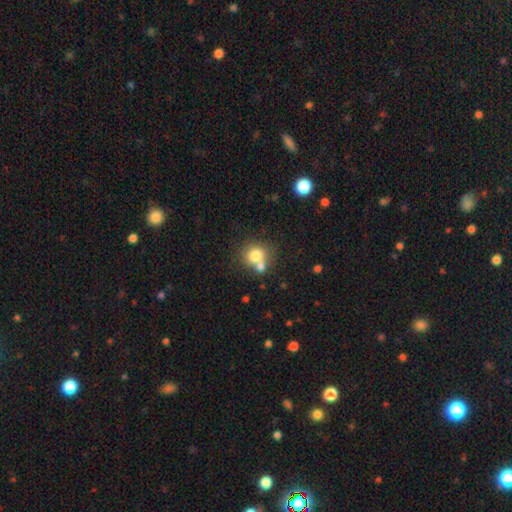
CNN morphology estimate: smooth 76%, featured or disk 13%, star or artifact 11%. Down the decision tree: how rounded — round (72%); merging — none (44%).